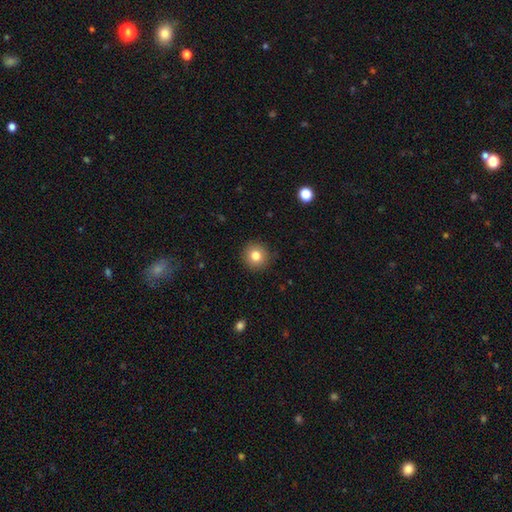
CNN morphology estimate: type=smooth (81%); roundness=round (93%); merging=none (90%).